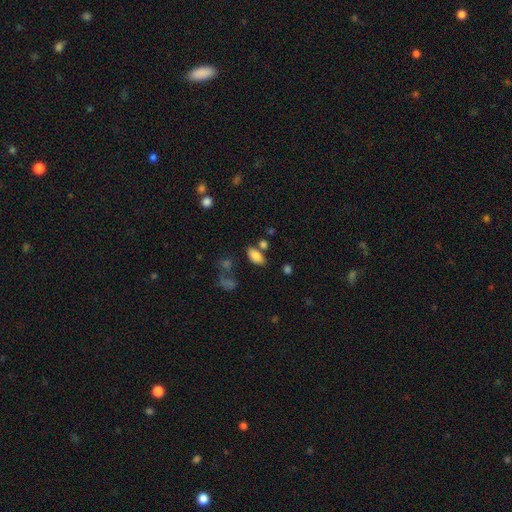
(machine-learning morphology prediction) The model was most divided on "merging": none: 67%, merger: 15%, minor disturbance: 13%, major disturbance: 5%. More confident: how rounded — in between (92%); smooth or featured — smooth (84%).